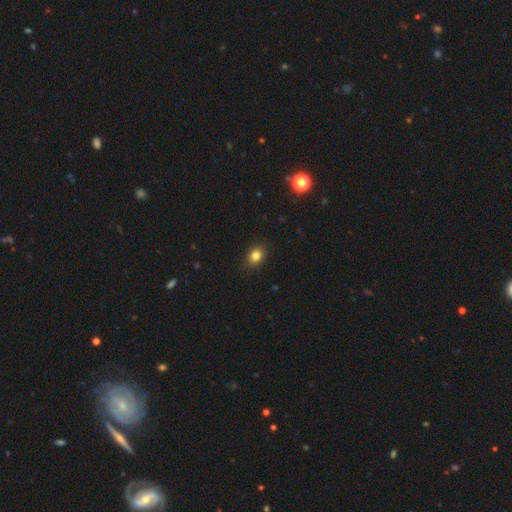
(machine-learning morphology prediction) A smooth galaxy with no disk features (83%) that is in between round and cigar-shaped (60%). Merging: none (86%).